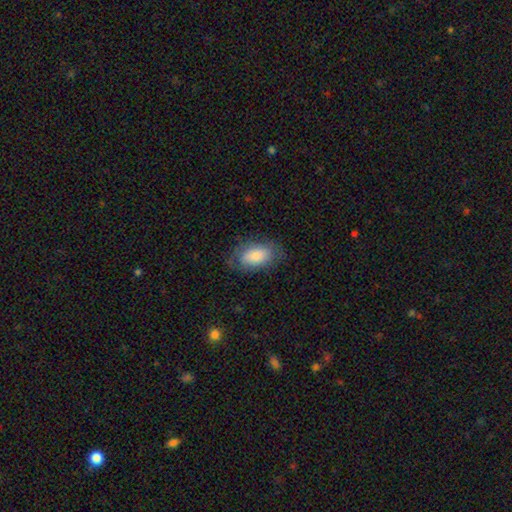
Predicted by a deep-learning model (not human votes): smooth_or_featured: smooth (p=0.78) [alt: featured or disk p=0.15]
how_rounded: in between (p=0.93) [alt: round p=0.05]
merging: none (p=0.70) [alt: minor disturbance p=0.21]